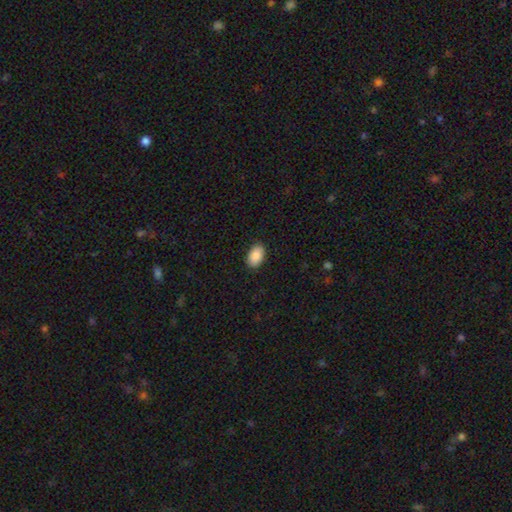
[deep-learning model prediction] Overall: smooth (89%). How rounded: in between (92%). Merging: none (90%).